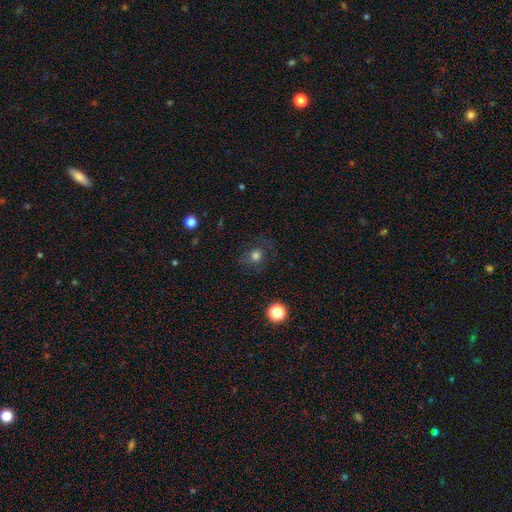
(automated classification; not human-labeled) Smooth or featured: smooth — 71% (star or artifact — 16%)
How rounded: round — 81% (in between — 18%)
Merging: none — 71% (minor disturbance — 16%)